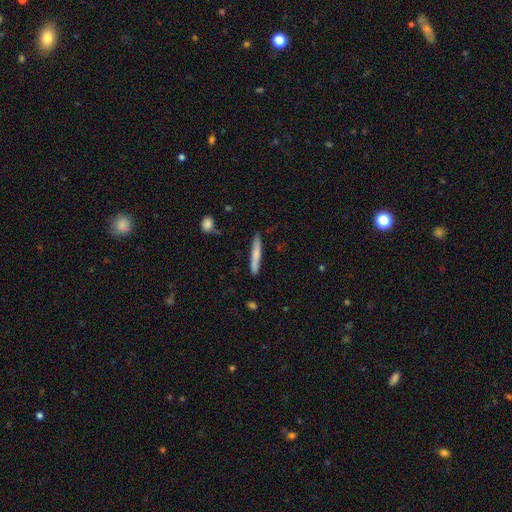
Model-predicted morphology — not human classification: The model was most divided on "smooth or featured": smooth: 69%, featured or disk: 25%, star or artifact: 6%. More confident: how rounded — cigar-shaped (94%); merging — none (86%).